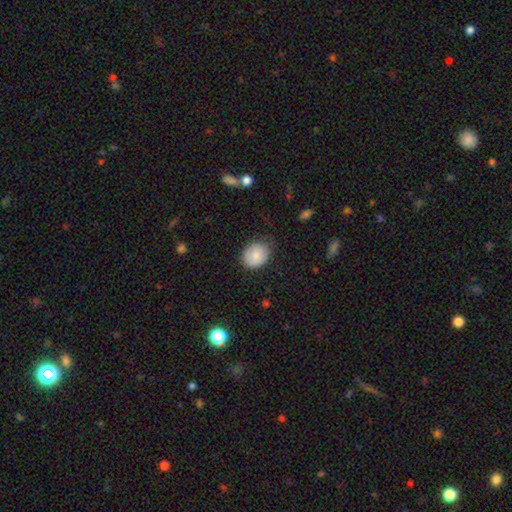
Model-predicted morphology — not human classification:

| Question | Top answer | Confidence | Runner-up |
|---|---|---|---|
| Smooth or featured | smooth | 82% | featured or disk (10%) |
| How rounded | round | 52% | in between (48%) |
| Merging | none | 73% | minor disturbance (21%) |